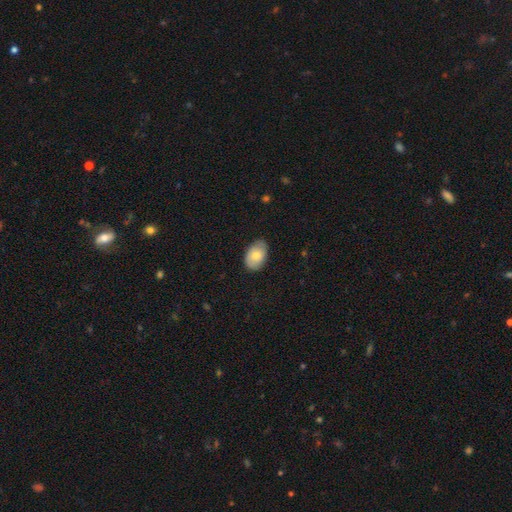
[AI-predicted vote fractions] Smooth or featured: smooth — 75% (featured or disk — 19%)
How rounded: in between — 87% (round — 12%)
Merging: none — 77% (minor disturbance — 19%)